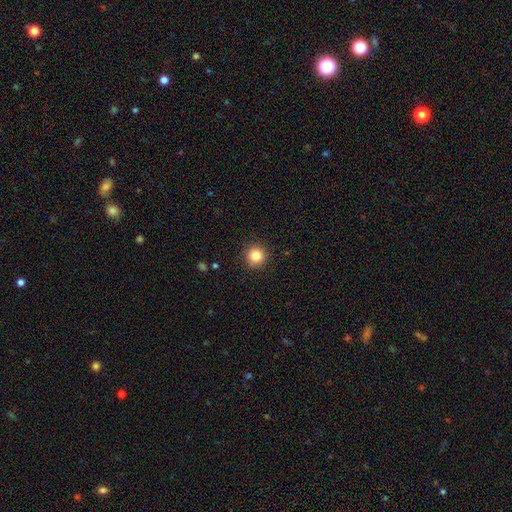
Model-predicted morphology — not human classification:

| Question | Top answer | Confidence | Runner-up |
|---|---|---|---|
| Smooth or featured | smooth | 83% | star or artifact (11%) |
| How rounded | round | 95% | in between (4%) |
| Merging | none | 91% | minor disturbance (6%) |